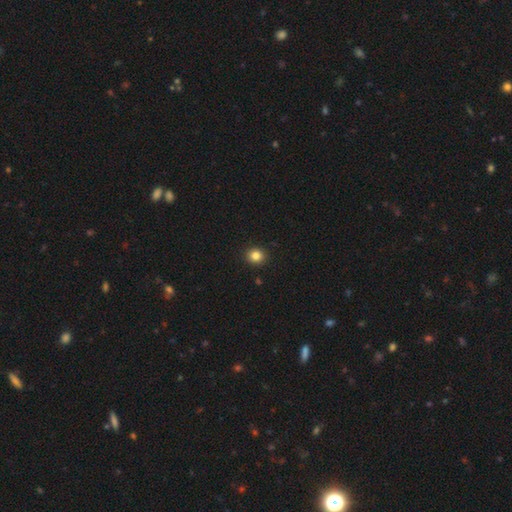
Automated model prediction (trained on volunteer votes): Smooth or featured?
  - smooth: 84% *
  - star or artifact: 11%
  - featured or disk: 4%
How rounded?
  - round: 84% *
  - in between: 15%
  - cigar-shaped: 1%
Merging?
  - none: 92% *
  - minor disturbance: 5%
  - major disturbance: 2%
  - merger: 1%